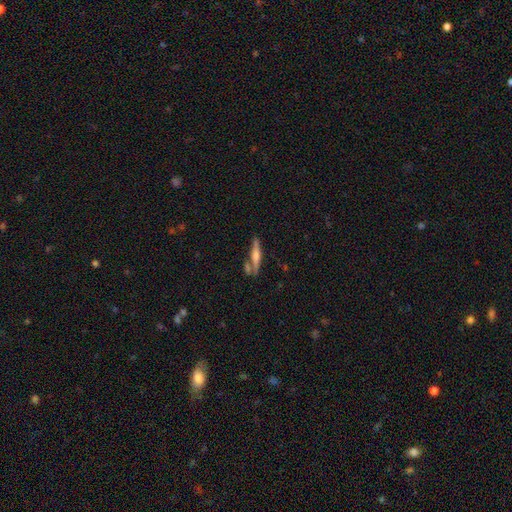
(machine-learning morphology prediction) The model was most divided on "smooth or featured": featured or disk: 58%, smooth: 36%, star or artifact: 7%. More confident: edge-on disk — yes (96%); edge-on bulge — rounded (78%); merging — none (70%).